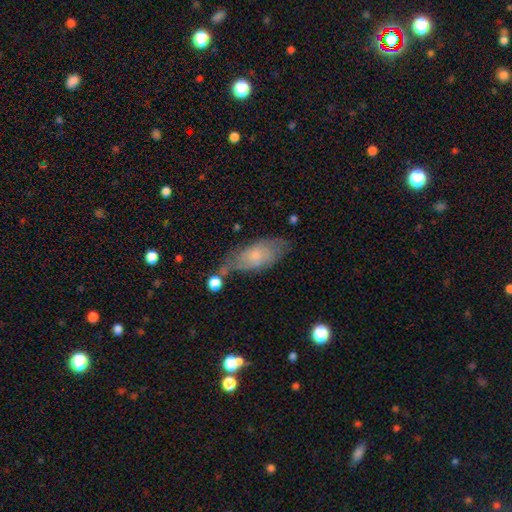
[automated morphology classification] This is possibly a smooth galaxy (57%). How rounded: clearly in between (83%). Merging: possibly none (49%).